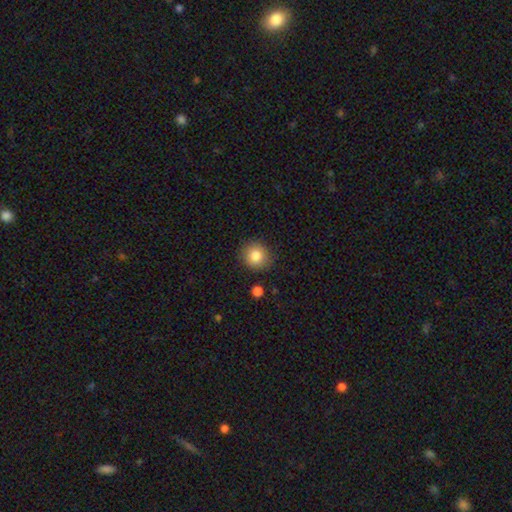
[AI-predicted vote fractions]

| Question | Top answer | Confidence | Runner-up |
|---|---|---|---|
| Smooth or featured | smooth | 83% | star or artifact (10%) |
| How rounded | round | 88% | in between (11%) |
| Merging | none | 87% | minor disturbance (8%) |